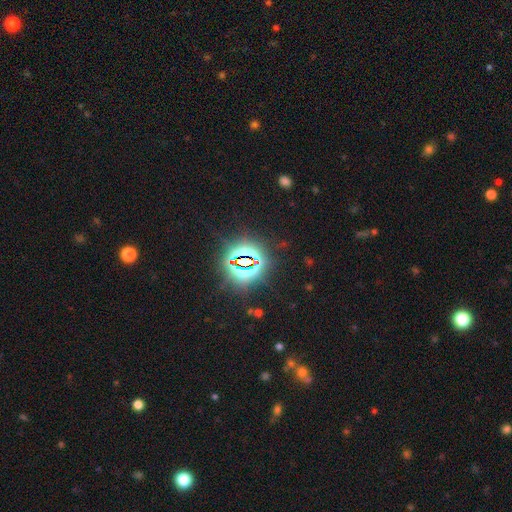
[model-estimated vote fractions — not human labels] A star or artifact, not a galaxy (79%).